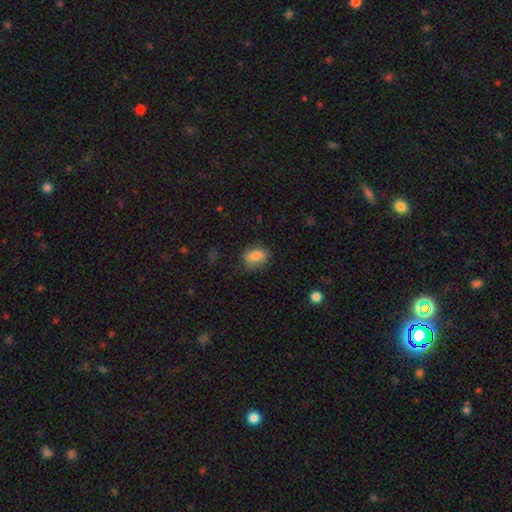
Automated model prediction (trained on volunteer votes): Smooth or featured? smooth (82%)
How rounded? in between (75%)
Merging? none (75%)